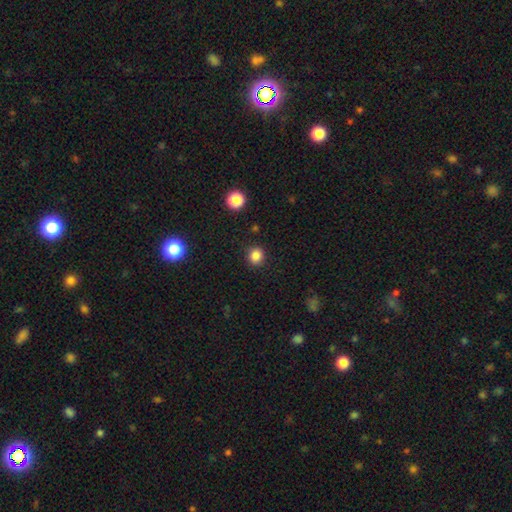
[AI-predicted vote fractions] This appears to be a smooth galaxy with no disk features (84%) that is round (87%). Merging: none (90%).